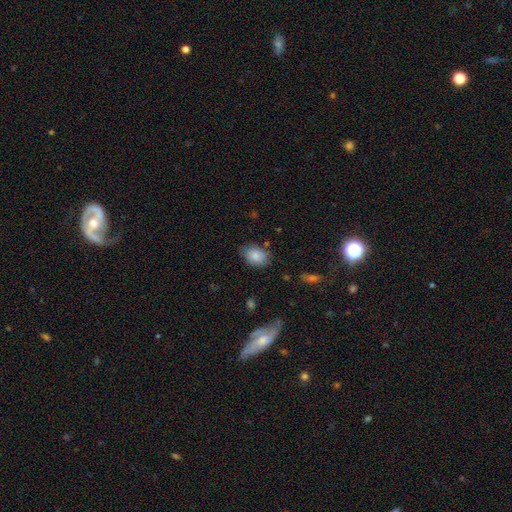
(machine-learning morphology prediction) The model was most divided on "how rounded": in between: 76%, round: 23%, cigar-shaped: 1%. More confident: smooth or featured — smooth (84%); merging — none (75%).